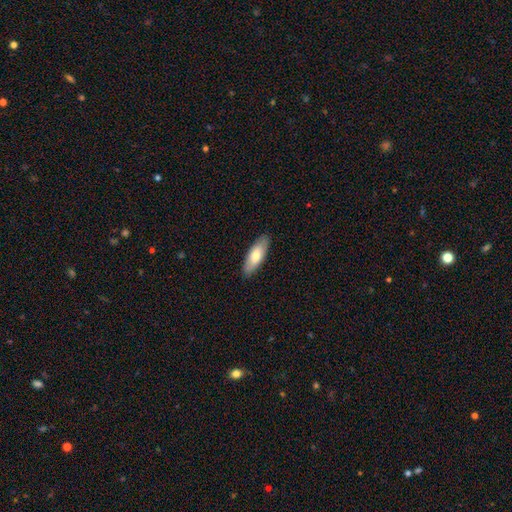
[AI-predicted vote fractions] This is likely a smooth galaxy (71%). How rounded: likely in between (70%). Merging: clearly none (88%).